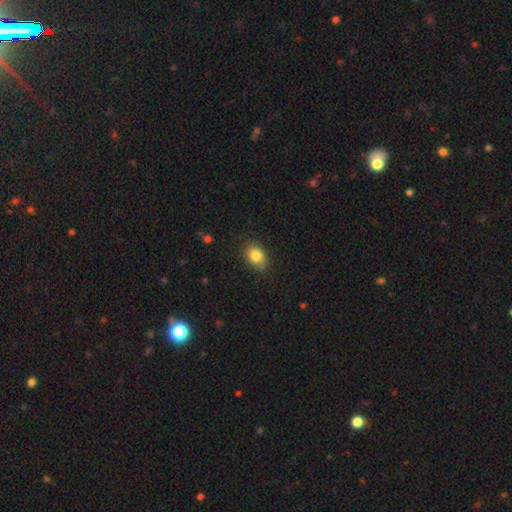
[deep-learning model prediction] A smooth galaxy with no disk features (84%) that is in between round and cigar-shaped (72%).

Vote fractions:
- Smooth or featured? smooth: 84% / star or artifact: 9% / featured or disk: 7%
- How rounded? in between: 72% / round: 27% / cigar-shaped: 1%
- Merging? none: 81% / minor disturbance: 15% / major disturbance: 3% / merger: 1%